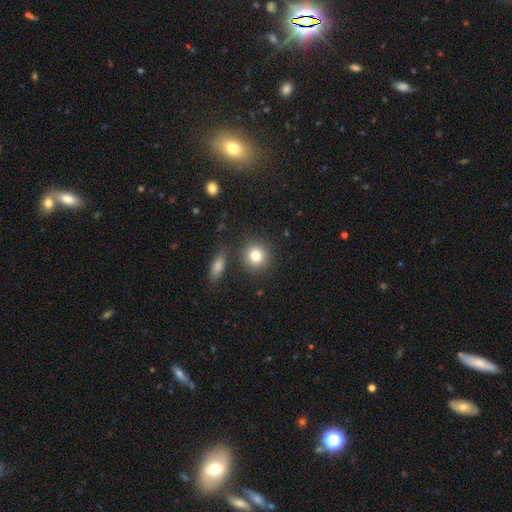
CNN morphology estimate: A smooth galaxy with no disk features (81%) that is round (89%).

Vote fractions:
- Smooth or featured? smooth: 81% / star or artifact: 10% / featured or disk: 9%
- How rounded? round: 89% / in between: 10% / cigar-shaped: 1%
- Merging? none: 83% / minor disturbance: 8% / merger: 6% / major disturbance: 3%